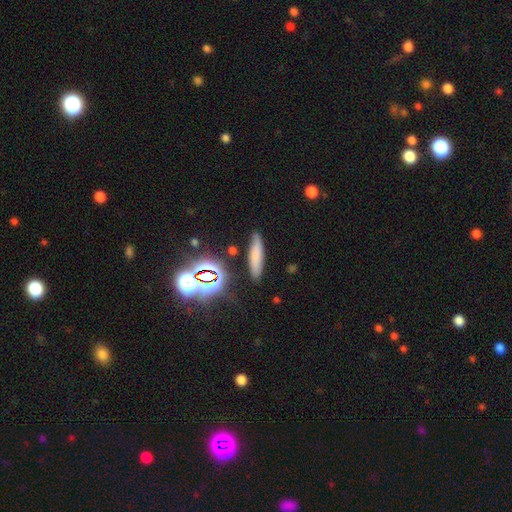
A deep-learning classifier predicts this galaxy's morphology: smooth 66%, star or artifact 17%, featured or disk 17%. Down the decision tree: how rounded — cigar-shaped (79%); merging — none (81%).